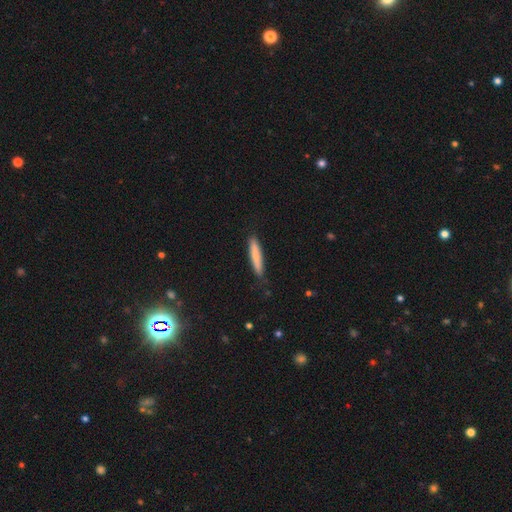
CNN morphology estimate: A smooth galaxy with no disk features (80%) that is cigar-shaped (91%). Merging: none (85%).